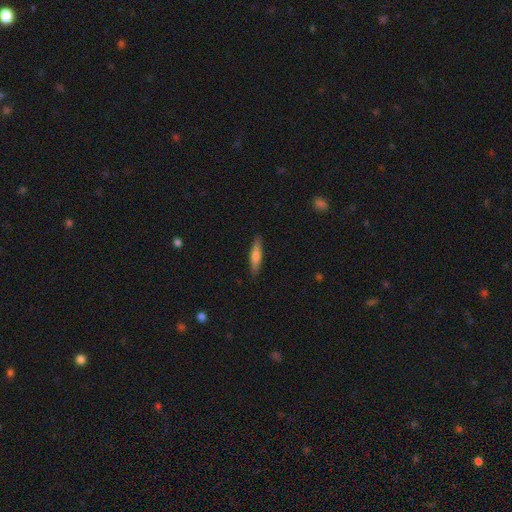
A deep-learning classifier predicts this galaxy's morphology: This is likely a smooth galaxy (68%). How rounded: clearly cigar-shaped (82%). Merging: clearly none (89%).